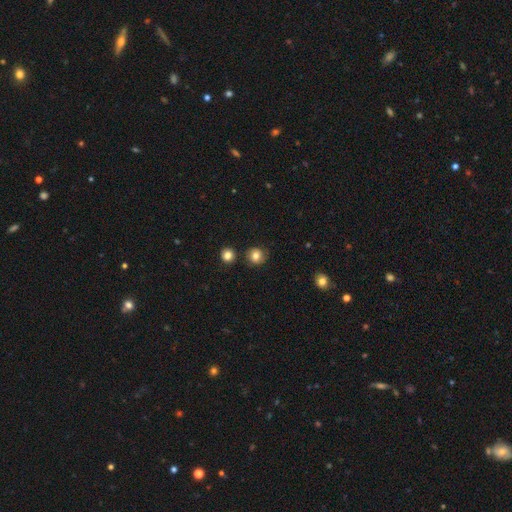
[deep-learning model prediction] A smooth galaxy with no disk features (76%) that is round (89%).

Vote fractions:
- Smooth or featured? smooth: 76% / featured or disk: 13% / star or artifact: 12%
- How rounded? round: 89% / in between: 10% / cigar-shaped: 1%
- Merging? none: 81% / minor disturbance: 12% / merger: 4% / major disturbance: 4%